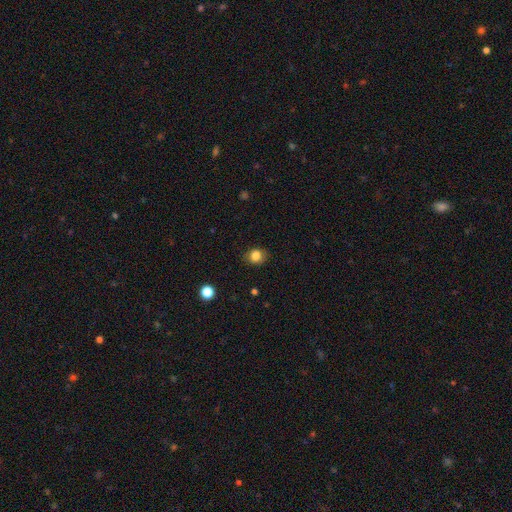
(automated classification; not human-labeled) Overall: smooth (83%). How rounded: round (65%; in between 35%). Merging: none (83%).